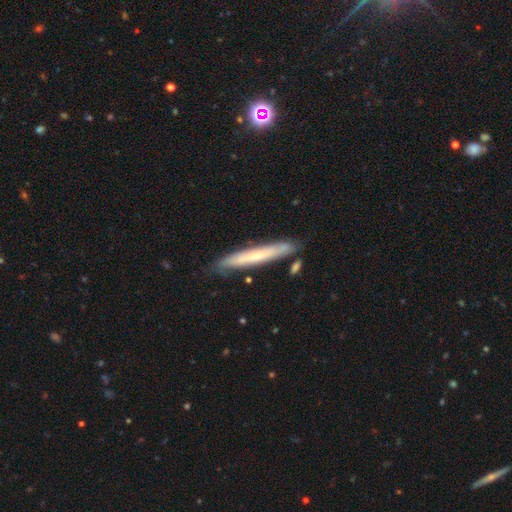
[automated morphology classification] type=smooth (52%); roundness=cigar-shaped (95%); merging=none (80%).